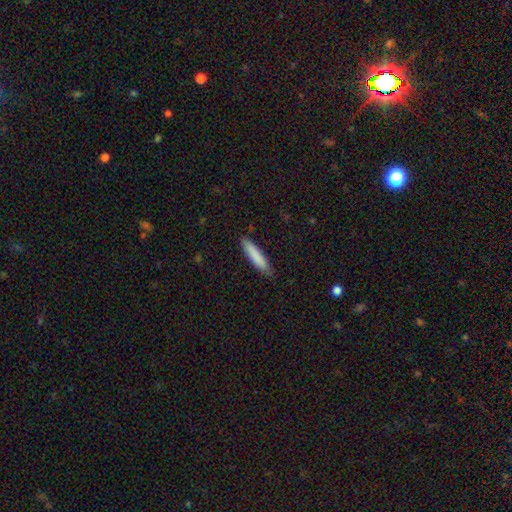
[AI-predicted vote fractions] A smooth galaxy with no disk features (84%) that is cigar-shaped (87%).

Vote fractions:
- Smooth or featured? smooth: 84% / featured or disk: 11% / star or artifact: 6%
- How rounded? cigar-shaped: 87% / in between: 12% / round: 1%
- Merging? none: 85% / minor disturbance: 12% / major disturbance: 2% / merger: 1%